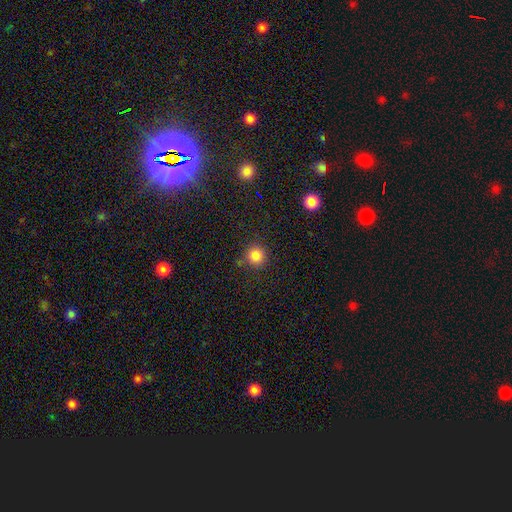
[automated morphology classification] A smooth galaxy with no disk features (84%) that is round (93%). Merging: none (83%).